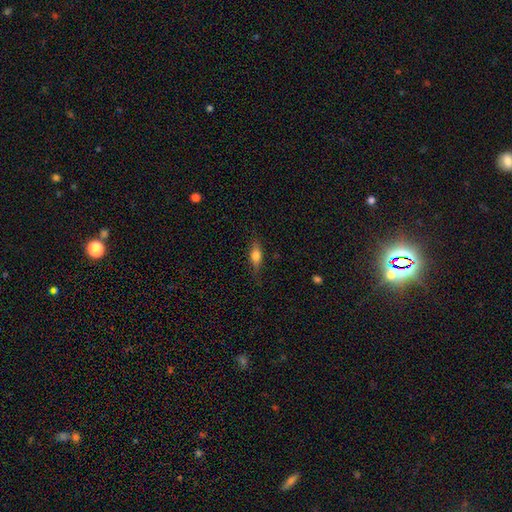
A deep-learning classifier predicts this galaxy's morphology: Q: Smooth or featured?
A: smooth (61%); runner-up: featured or disk (31%)
Q: How rounded?
A: in between (59%); runner-up: cigar-shaped (35%)
Q: Merging?
A: none (78%); runner-up: minor disturbance (17%)